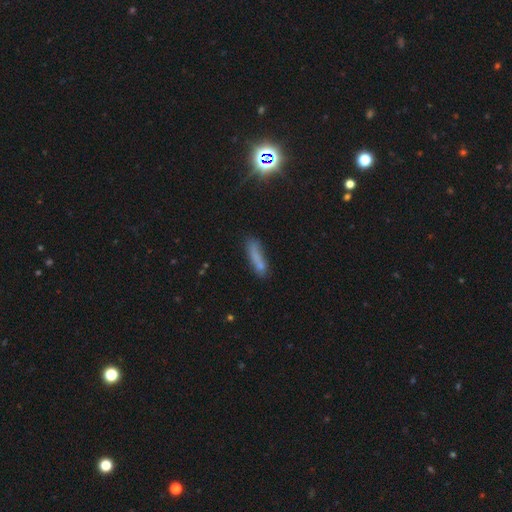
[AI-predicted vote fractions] Q: Smooth or featured?
A: smooth (69%); runner-up: featured or disk (18%)
Q: How rounded?
A: cigar-shaped (78%); runner-up: in between (20%)
Q: Merging?
A: none (60%); runner-up: minor disturbance (23%)